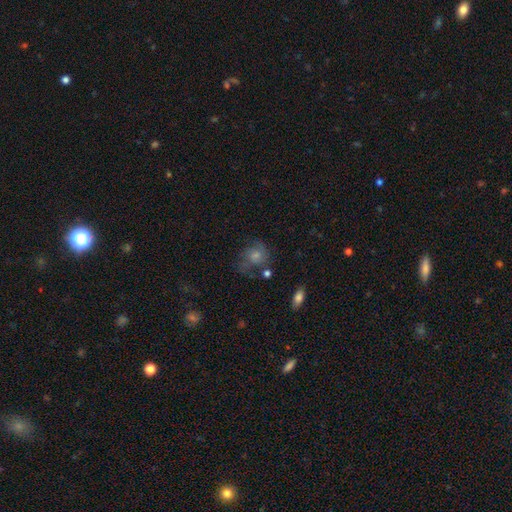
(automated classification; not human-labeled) This appears to be a featured or disk galaxy (45%). Merging: none (60%).